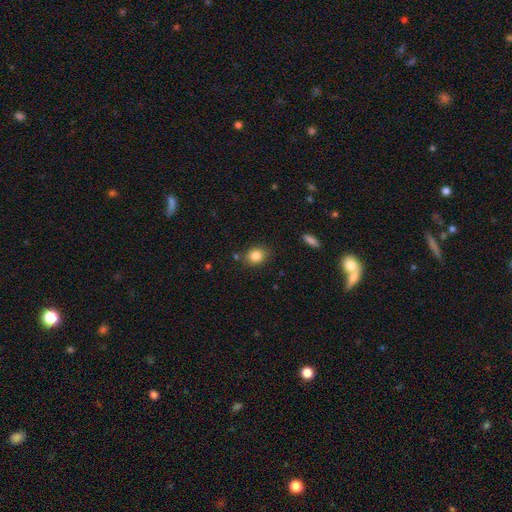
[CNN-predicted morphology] type=smooth (84%); roundness=round (58%); merging=none (82%).